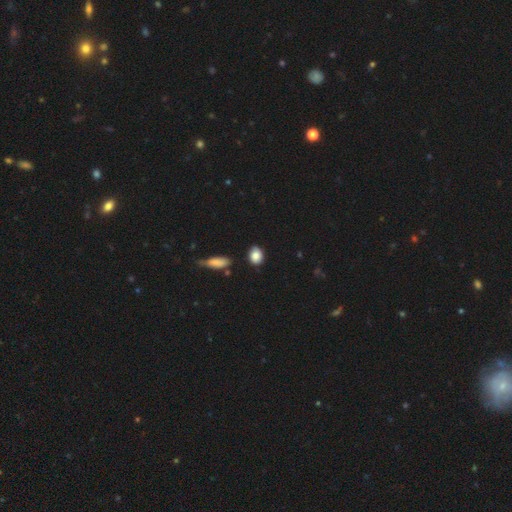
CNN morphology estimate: Smooth or featured?
  - smooth: 86% *
  - star or artifact: 8%
  - featured or disk: 6%
How rounded?
  - in between: 54% *
  - round: 43%
  - cigar-shaped: 2%
Merging?
  - none: 76% *
  - minor disturbance: 17%
  - merger: 4%
  - major disturbance: 3%